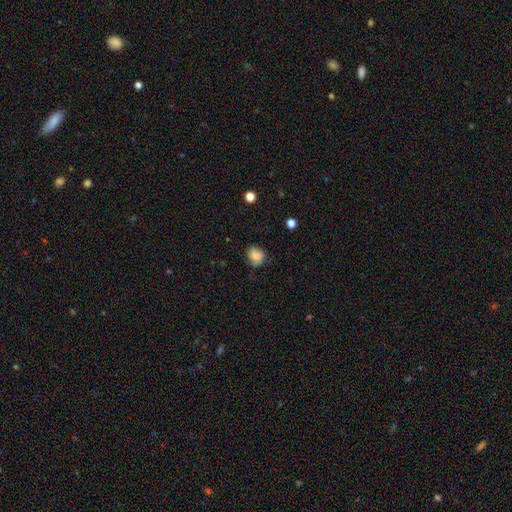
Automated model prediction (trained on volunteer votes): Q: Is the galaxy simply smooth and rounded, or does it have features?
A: smooth — 71%.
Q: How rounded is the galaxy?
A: round — 64%.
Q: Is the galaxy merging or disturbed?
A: none — 62%.